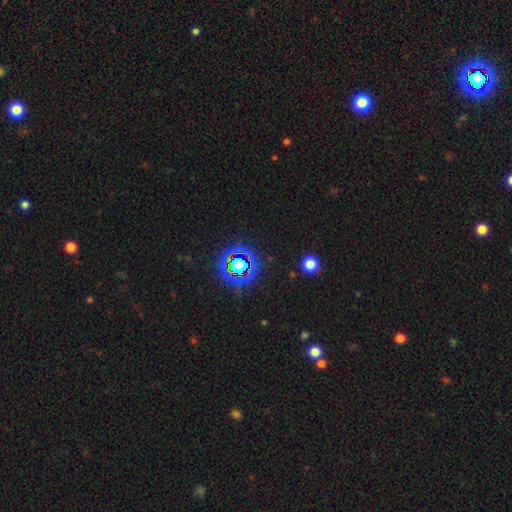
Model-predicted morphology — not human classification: Smooth or featured? star or artifact (68%)